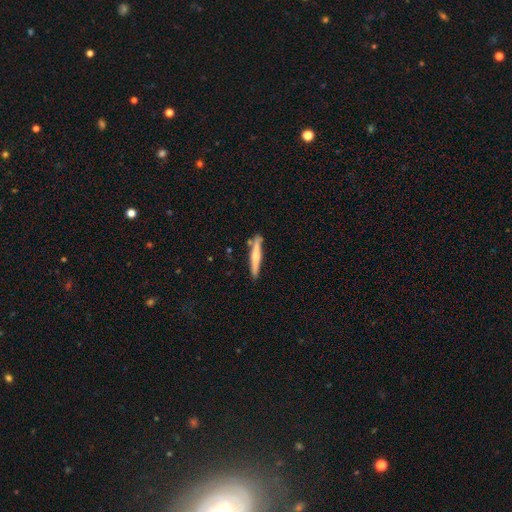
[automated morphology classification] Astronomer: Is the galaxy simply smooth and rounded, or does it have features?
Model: smooth — 53% (runner-up: featured or disk, 42%).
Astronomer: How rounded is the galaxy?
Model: cigar-shaped — 94%.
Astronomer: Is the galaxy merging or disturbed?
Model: none — 82%.